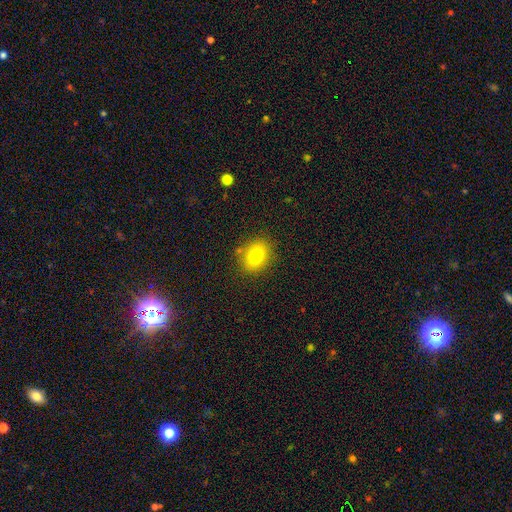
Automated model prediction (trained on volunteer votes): This appears to be a smooth galaxy with no disk features (79%) that is in between round and cigar-shaped (54%). Merging: none (84%).